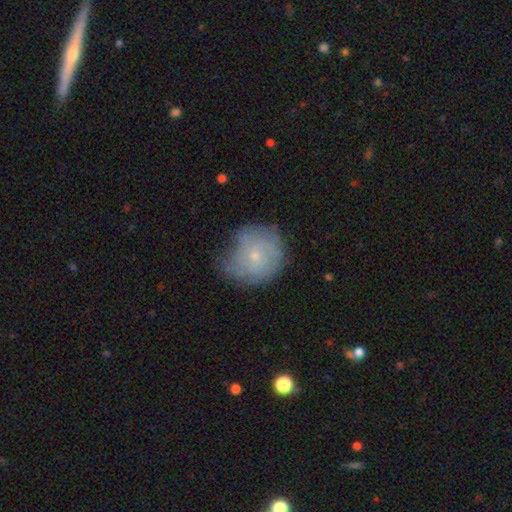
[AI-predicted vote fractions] This appears to be a featured or disk galaxy (51%). Merging: none (55%).